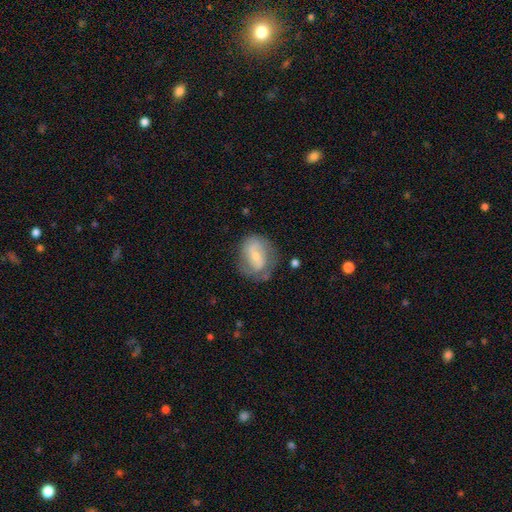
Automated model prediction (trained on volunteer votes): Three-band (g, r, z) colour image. It shows a featured or disk galaxy (61%) with a weak bar (45%), spiral arms (75%) and a small central bulge (57%). Merging: none (61%).